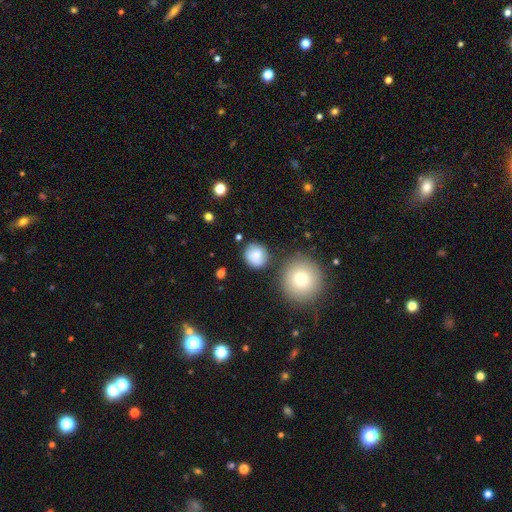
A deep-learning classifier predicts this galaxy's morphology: This is likely a smooth galaxy (79%). How rounded: clearly round (89%). Merging: likely none (78%).